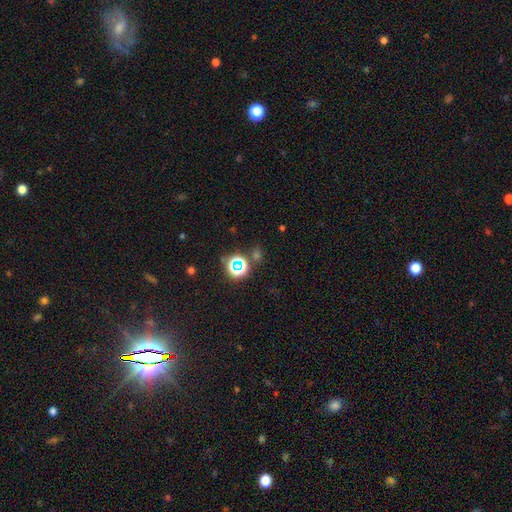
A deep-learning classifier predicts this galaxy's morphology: A star or artifact, not a galaxy (64%).

Vote fractions:
- Smooth or featured? star or artifact: 64% / smooth: 27% / featured or disk: 8%